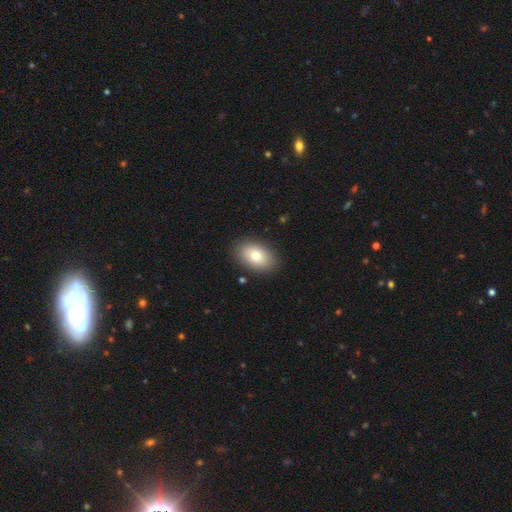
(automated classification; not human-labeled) Q: Smooth or featured?
A: smooth (78%); runner-up: featured or disk (14%)
Q: How rounded?
A: in between (86%); runner-up: round (13%)
Q: Merging?
A: none (88%); runner-up: minor disturbance (8%)